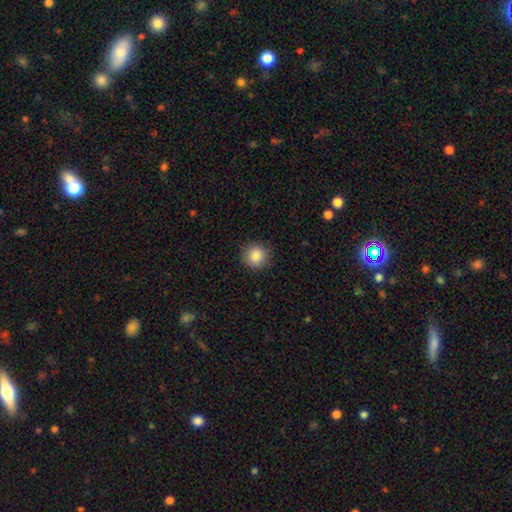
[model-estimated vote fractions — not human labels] This is clearly a smooth galaxy (86%). How rounded: clearly round (94%). Merging: clearly none (89%).